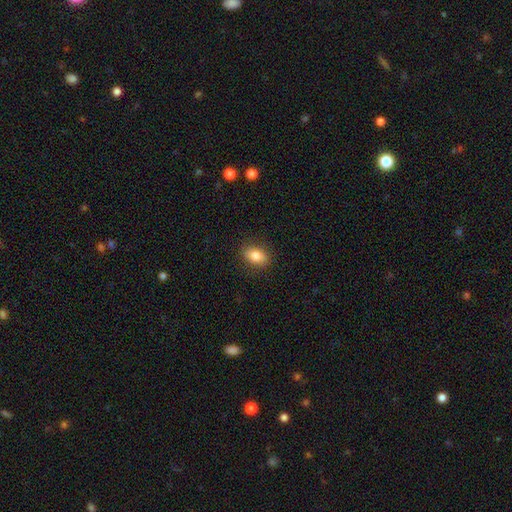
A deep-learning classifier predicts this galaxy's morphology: Q: Smooth or featured?
A: smooth (84%); runner-up: star or artifact (8%)
Q: How rounded?
A: in between (82%); runner-up: round (15%)
Q: Merging?
A: none (88%); runner-up: minor disturbance (9%)